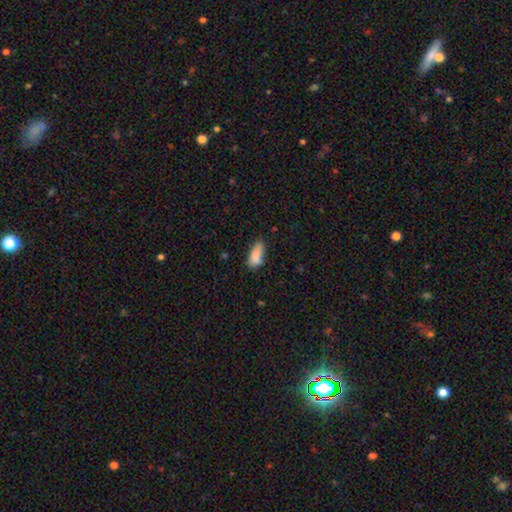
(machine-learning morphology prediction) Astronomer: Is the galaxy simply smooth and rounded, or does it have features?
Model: smooth — 82%.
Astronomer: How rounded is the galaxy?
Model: in between — 83%.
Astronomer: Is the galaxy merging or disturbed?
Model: none — 52% (runner-up: minor disturbance, 31%).